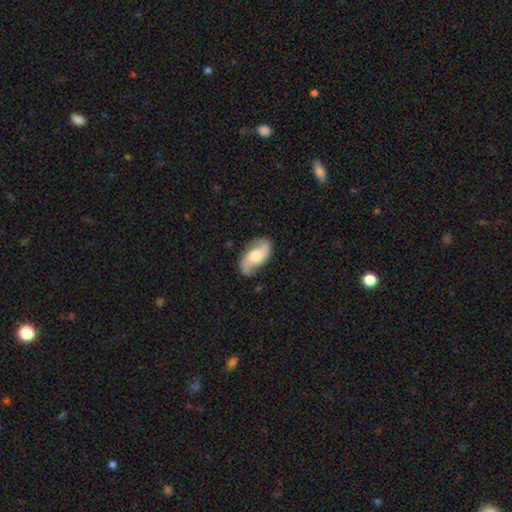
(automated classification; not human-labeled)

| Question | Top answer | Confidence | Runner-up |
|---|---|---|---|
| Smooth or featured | featured or disk | 69% | smooth (25%) |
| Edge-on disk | no | 95% | yes (5%) |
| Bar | no | 55% | weak (34%) |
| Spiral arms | yes | 92% | no (8%) |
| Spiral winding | loose | 58% | medium (31%) |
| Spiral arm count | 2 | 91% | can't tell (4%) |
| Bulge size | moderate | 54% | large (22%) |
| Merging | none | 78% | minor disturbance (15%) |